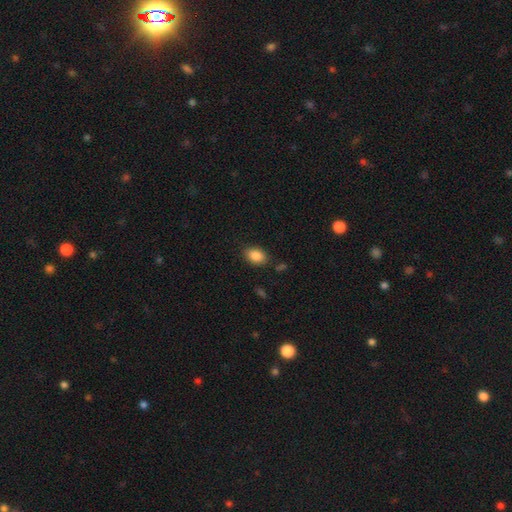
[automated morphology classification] A smooth galaxy with no disk features (87%) that is in between round and cigar-shaped (80%).

Vote fractions:
- Smooth or featured? smooth: 87% / star or artifact: 8% / featured or disk: 5%
- How rounded? in between: 80% / round: 18% / cigar-shaped: 1%
- Merging? none: 82% / minor disturbance: 12% / major disturbance: 3% / merger: 3%